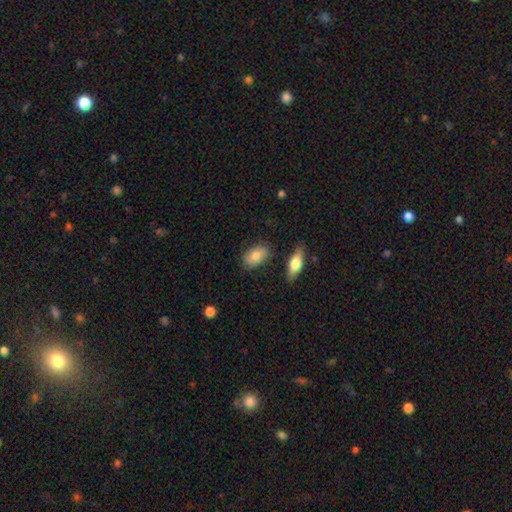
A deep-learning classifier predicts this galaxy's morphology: A smooth galaxy with no disk features (80%) that is in between round and cigar-shaped (88%). Merging: none (80%).